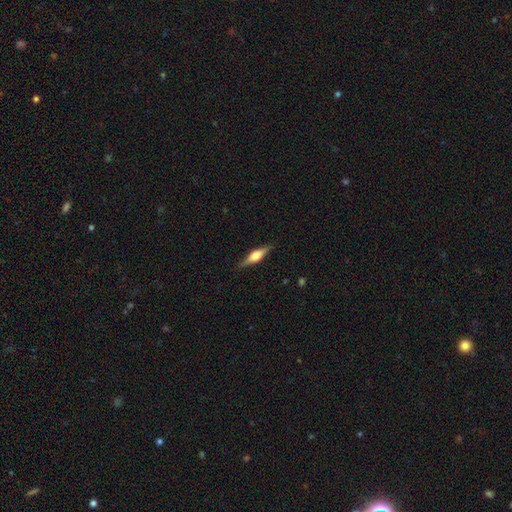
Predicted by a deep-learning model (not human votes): featured or disk 66%, smooth 28%, star or artifact 6%. Down the decision tree: edge-on disk — yes (97%); edge-on bulge — rounded (89%); merging — none (88%).